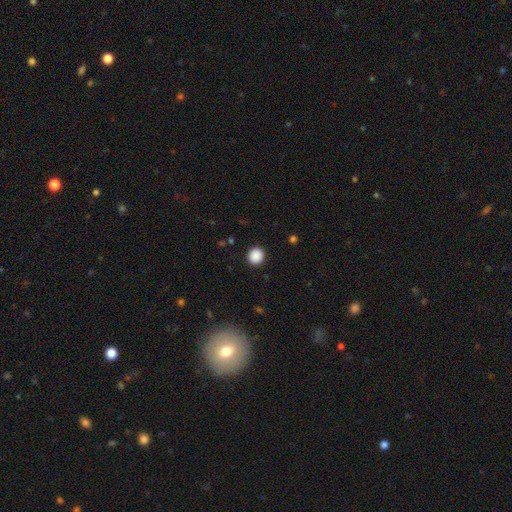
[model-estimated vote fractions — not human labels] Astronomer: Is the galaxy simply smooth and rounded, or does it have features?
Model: smooth — 89%.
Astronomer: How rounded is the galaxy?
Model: round — 91%.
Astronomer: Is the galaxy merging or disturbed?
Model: none — 92%.